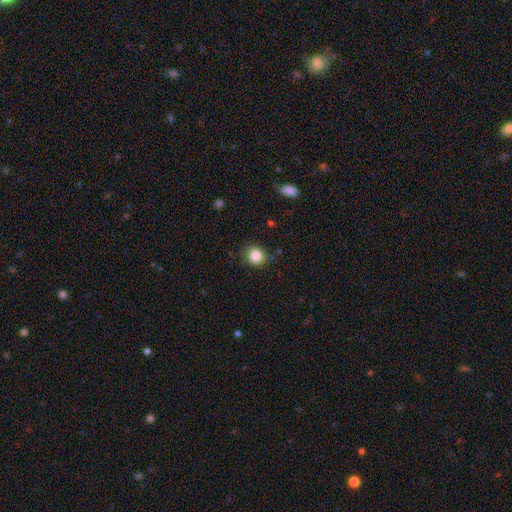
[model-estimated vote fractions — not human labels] A smooth galaxy with no disk features (85%) that is round (77%). Merging: none (80%).